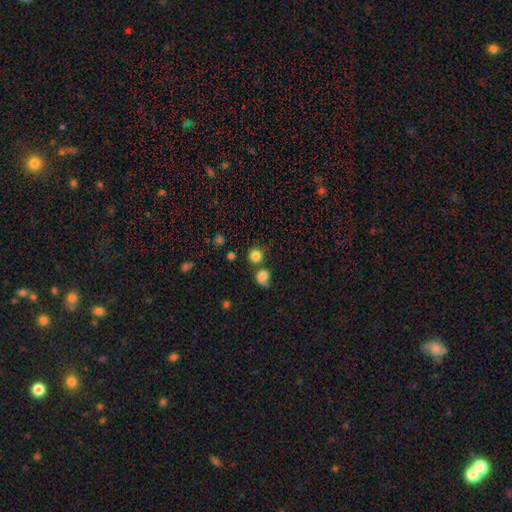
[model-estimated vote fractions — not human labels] The model was most divided on "merging": none: 67%, merger: 19%, minor disturbance: 10%, major disturbance: 5%. More confident: how rounded — round (90%); smooth or featured — smooth (83%).